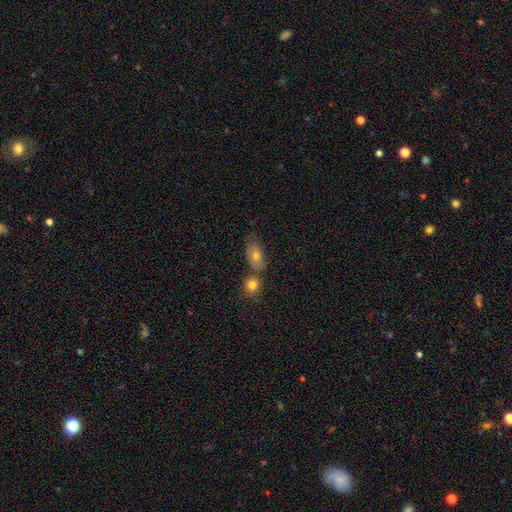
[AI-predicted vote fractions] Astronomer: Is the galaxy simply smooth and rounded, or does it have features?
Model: smooth — 71%.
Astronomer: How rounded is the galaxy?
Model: in between — 82%.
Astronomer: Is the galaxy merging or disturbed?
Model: none — 50% (runner-up: merger, 29%).